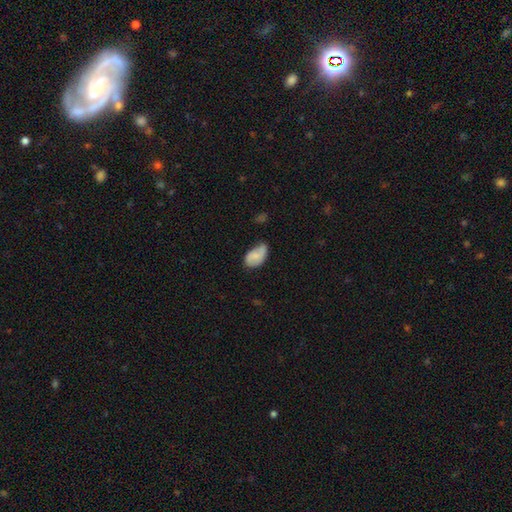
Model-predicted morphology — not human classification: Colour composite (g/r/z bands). It shows a smooth galaxy with no disk features (64%) that is in between round and cigar-shaped (91%). Merging: minor disturbance (43%).